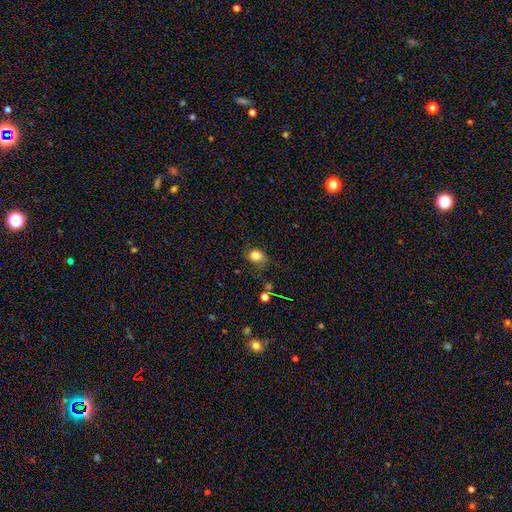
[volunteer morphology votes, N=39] Overall: smooth (87%). How rounded: in between (74%). Merging: none (66%).